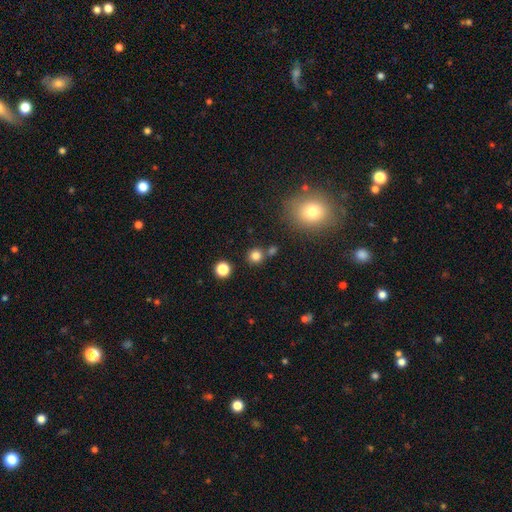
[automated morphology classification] This is clearly a smooth galaxy (80%). How rounded: clearly round (90%). Merging: likely none (77%).